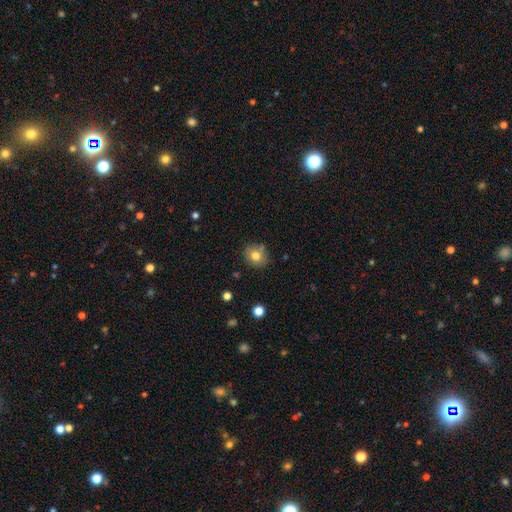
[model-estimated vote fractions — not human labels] The model was most divided on "how rounded": round: 76%, in between: 23%, cigar-shaped: 1%. More confident: smooth or featured — smooth (79%); merging — none (79%).